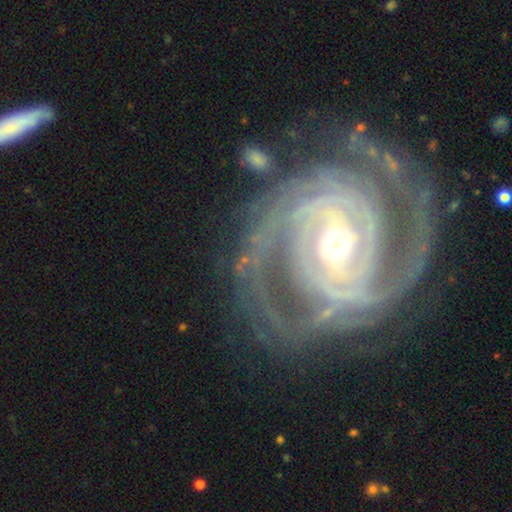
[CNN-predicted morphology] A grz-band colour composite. It shows a featured or disk galaxy (92%) with a weak bar (39%), 2 (33%) tight (72%) spiral arms (98%) and a moderate central bulge (65%). Merging: none (73%).